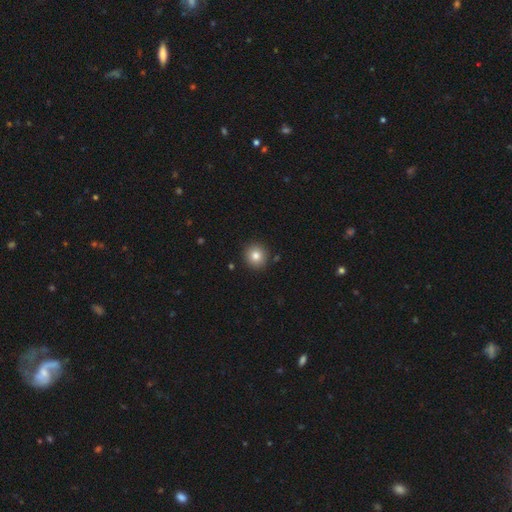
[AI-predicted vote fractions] Morphology: type=smooth (82%); roundness=round (93%); merging=none (90%).